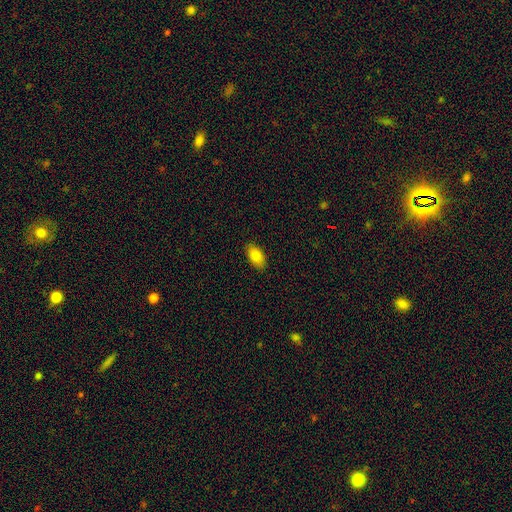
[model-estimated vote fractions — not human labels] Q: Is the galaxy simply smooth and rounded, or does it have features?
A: smooth — 82%.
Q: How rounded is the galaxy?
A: in between — 92%.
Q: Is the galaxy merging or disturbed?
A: none — 89%.